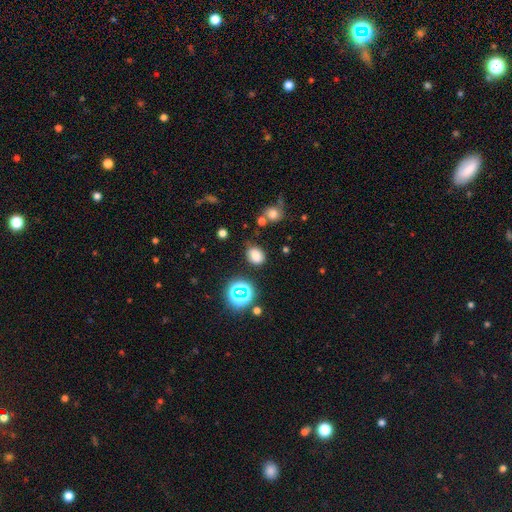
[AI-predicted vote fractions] Morphology: type=smooth (74%); roundness=in between (54%); merging=none (77%).